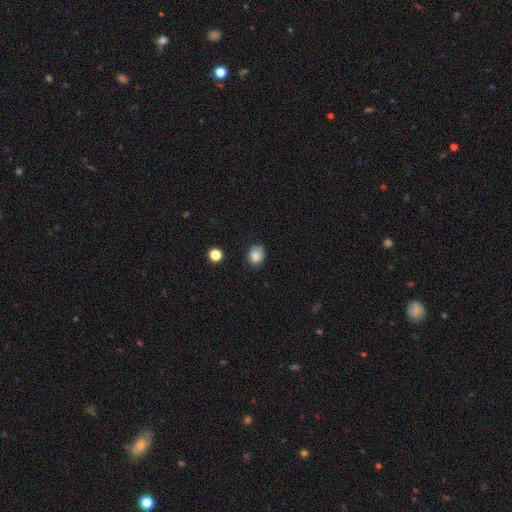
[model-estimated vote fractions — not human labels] smooth 83%, star or artifact 10%, featured or disk 7%. Down the decision tree: how rounded — round (53%); merging — none (71%).